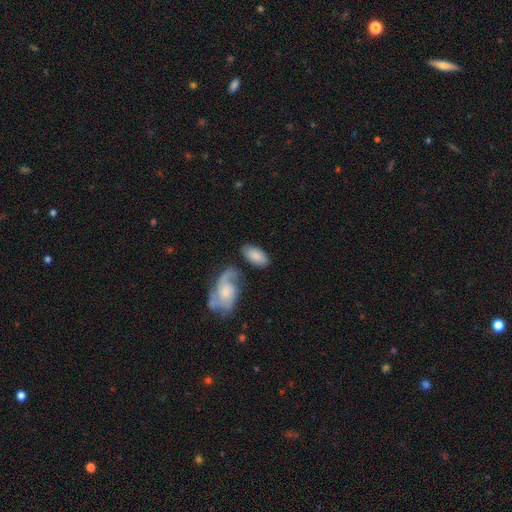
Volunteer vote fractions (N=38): smooth 84%, featured or disk 13%, star or artifact 3%. Down the decision tree: how rounded — in between (97%); merging — none (54%).